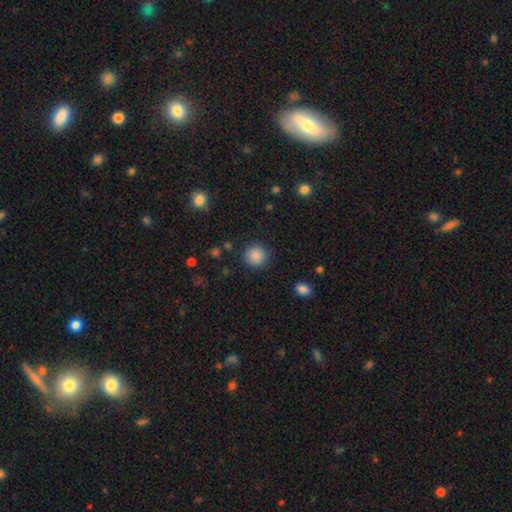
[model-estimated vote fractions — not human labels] smooth-or-featured: smooth: 87% | star or artifact: 9% | featured or disk: 3%
  how-rounded: round: 94% | in between: 5% | cigar-shaped: 1%
  merging: none: 89% | minor disturbance: 7% | major disturbance: 3% | merger: 1%